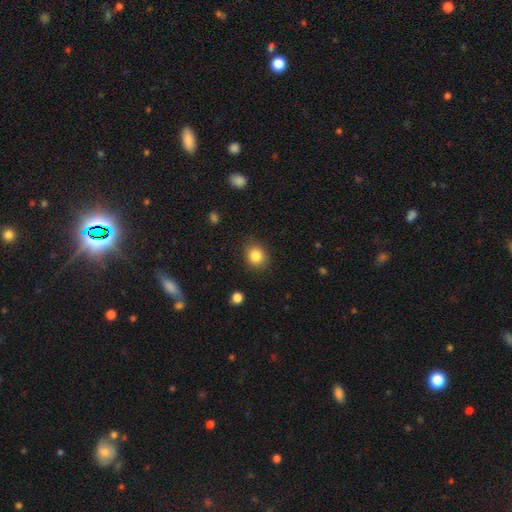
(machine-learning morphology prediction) Q: Smooth or featured?
A: smooth (85%); runner-up: star or artifact (10%)
Q: How rounded?
A: round (71%); runner-up: in between (28%)
Q: Merging?
A: none (83%); runner-up: minor disturbance (12%)